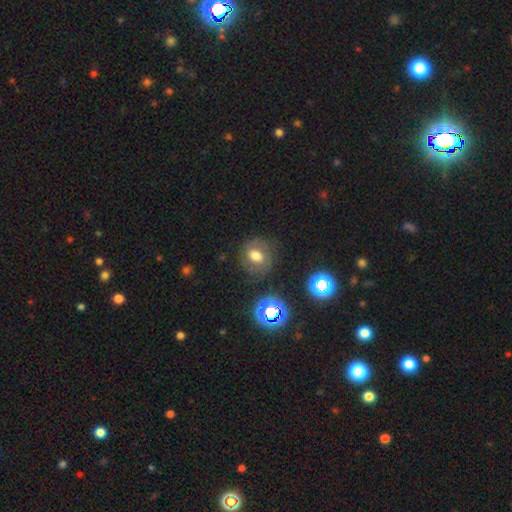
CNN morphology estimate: Overall: smooth (43%; featured or disk 39%). Merging: none (75%).